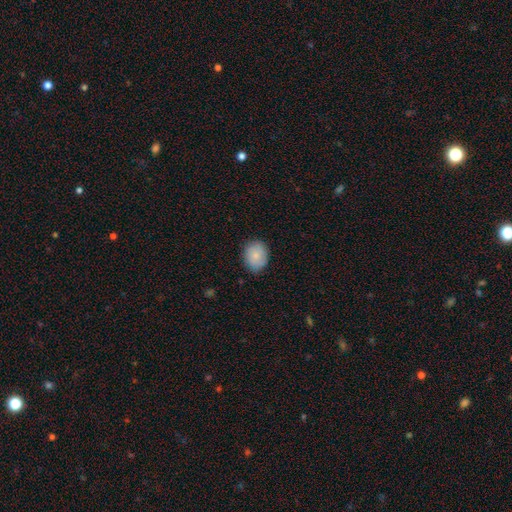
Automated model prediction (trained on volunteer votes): This is clearly a smooth galaxy (82%). How rounded: possibly in between (54%). Merging: clearly none (81%).